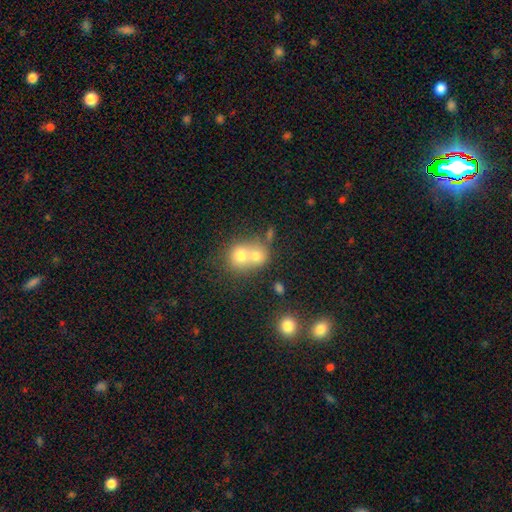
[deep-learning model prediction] This is likely a smooth galaxy (70%). How rounded: likely round (70%). Merging: likely merger (68%).